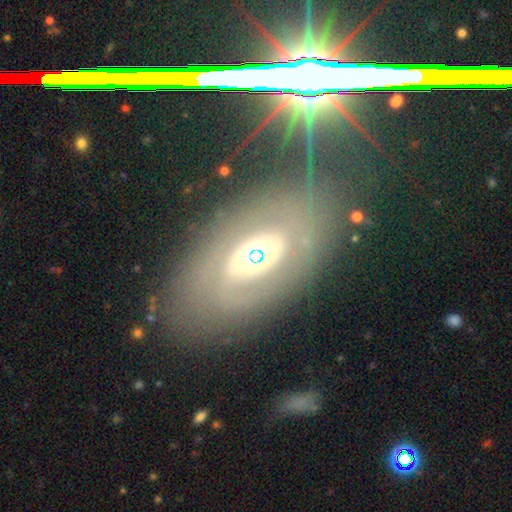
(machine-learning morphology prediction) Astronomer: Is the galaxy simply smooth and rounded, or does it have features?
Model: featured or disk — 65%.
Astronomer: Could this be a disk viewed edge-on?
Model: no — 90%.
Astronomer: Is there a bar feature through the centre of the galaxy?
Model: no — 77%.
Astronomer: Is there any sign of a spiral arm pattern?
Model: no — 61% (runner-up: yes, 39%).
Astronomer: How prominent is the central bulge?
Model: moderate — 52%.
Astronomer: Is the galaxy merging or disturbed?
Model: none — 70%.